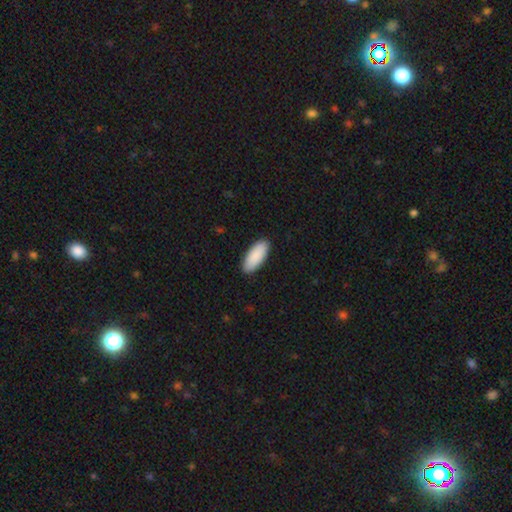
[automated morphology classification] Smooth or featured? smooth (91%)
How rounded? in between (86%)
Merging? none (90%)